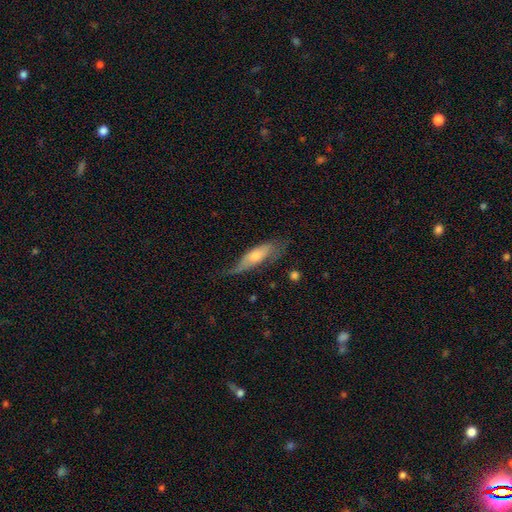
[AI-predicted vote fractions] smooth-or-featured: featured or disk: 47% | smooth: 46% | star or artifact: 7%
  merging: none: 45% | minor disturbance: 32% | major disturbance: 21% | merger: 2%